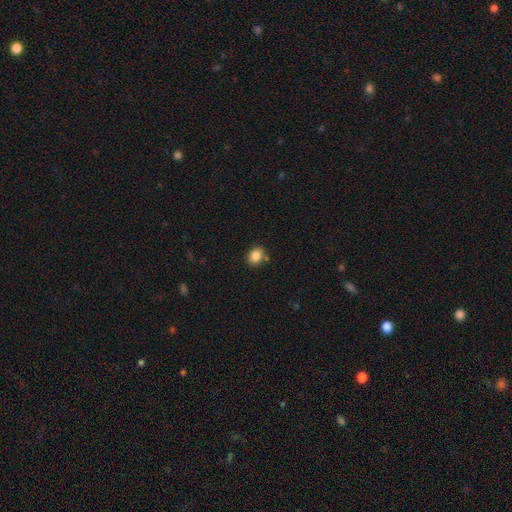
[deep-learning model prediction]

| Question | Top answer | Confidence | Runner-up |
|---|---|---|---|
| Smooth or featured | smooth | 85% | star or artifact (10%) |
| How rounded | in between | 50% | round (49%) |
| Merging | none | 78% | minor disturbance (13%) |